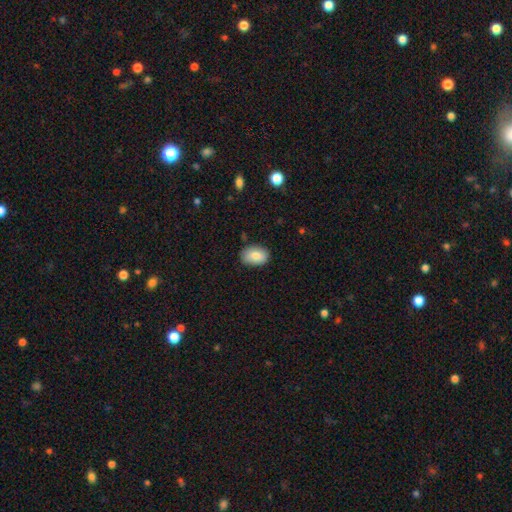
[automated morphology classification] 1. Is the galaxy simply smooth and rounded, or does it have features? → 83% smooth, 10% featured or disk, 7% star or artifact.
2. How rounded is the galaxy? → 86% in between, 13% round, 1% cigar-shaped.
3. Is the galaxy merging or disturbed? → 80% none, 16% minor disturbance, 3% major disturbance, 1% merger.